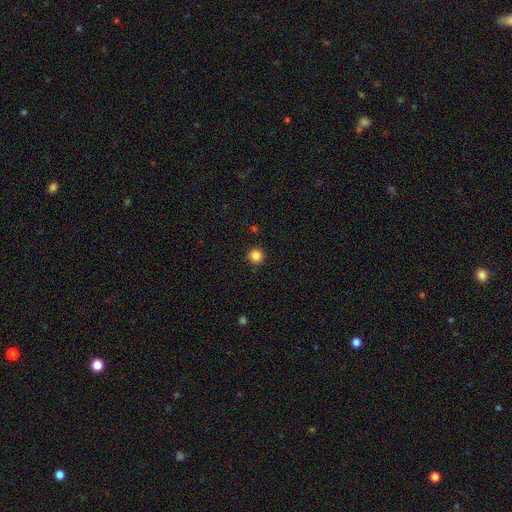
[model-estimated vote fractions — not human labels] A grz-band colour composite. It shows a smooth galaxy with no disk features (85%) that is round (96%). Merging: none (92%).